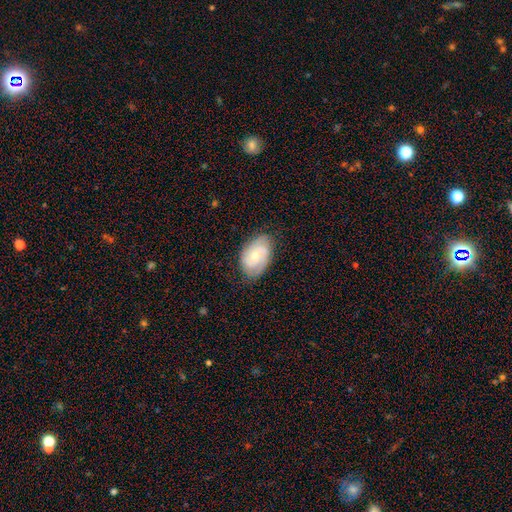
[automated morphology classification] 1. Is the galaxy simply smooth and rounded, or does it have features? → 65% featured or disk, 29% smooth, 6% star or artifact.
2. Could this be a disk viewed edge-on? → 96% no, 4% yes.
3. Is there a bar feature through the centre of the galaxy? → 70% no, 26% weak, 4% strong.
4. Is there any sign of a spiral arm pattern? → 88% yes, 12% no.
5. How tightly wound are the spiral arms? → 54% tight, 36% medium, 11% loose.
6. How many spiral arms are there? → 54% 2, 24% can't tell, 14% 3, 4% 1, 3% 4, 2% more than 4.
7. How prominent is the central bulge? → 56% moderate, 40% small, 2% large, 1% none, 1% dominant.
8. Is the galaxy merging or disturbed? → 77% none, 18% minor disturbance, 4% major disturbance, 1% merger.